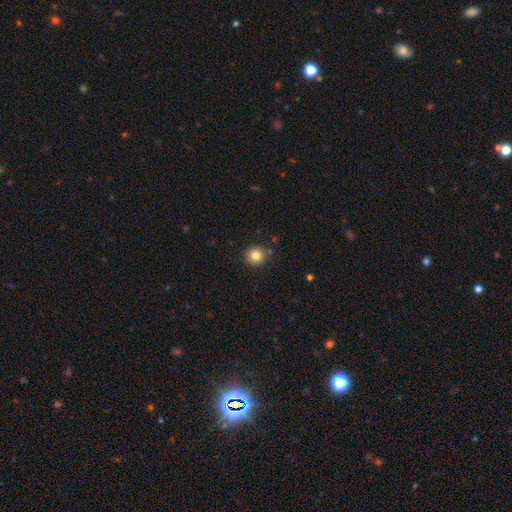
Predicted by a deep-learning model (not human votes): Smooth or featured? smooth (83%)
How rounded? round (91%)
Merging? none (85%)